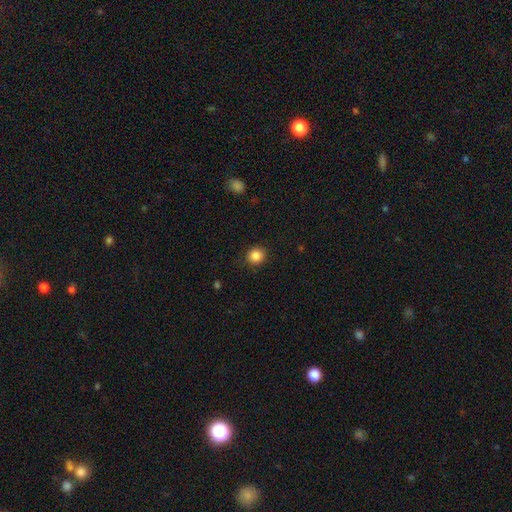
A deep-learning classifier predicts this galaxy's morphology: smooth 86%, star or artifact 10%, featured or disk 4%. Down the decision tree: how rounded — round (89%); merging — none (90%).